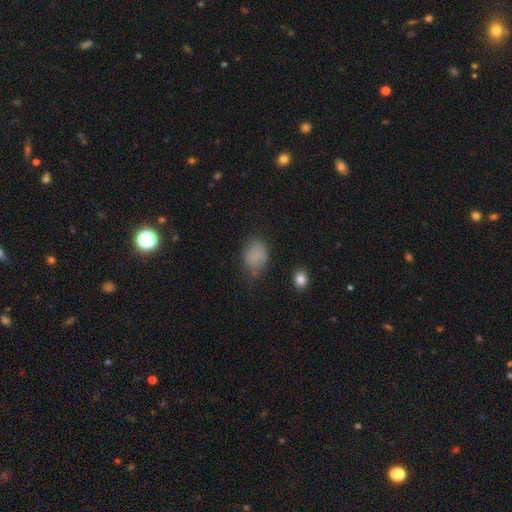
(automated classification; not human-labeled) Smooth or featured?
  - smooth: 82% *
  - star or artifact: 12%
  - featured or disk: 6%
How rounded?
  - in between: 74% *
  - round: 25%
  - cigar-shaped: 1%
Merging?
  - none: 65% *
  - minor disturbance: 24%
  - major disturbance: 9%
  - merger: 2%